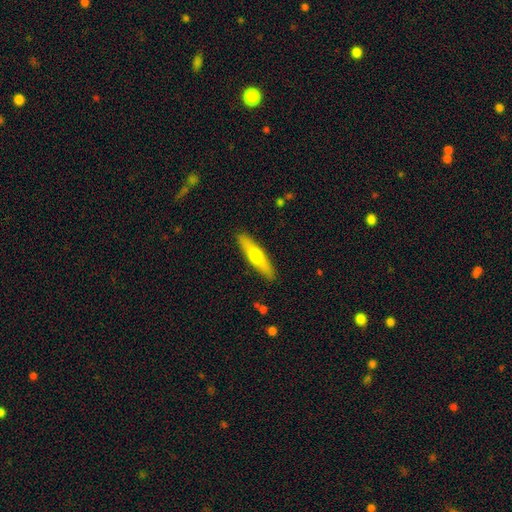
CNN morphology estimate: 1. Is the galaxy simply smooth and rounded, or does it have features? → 52% smooth, 42% featured or disk, 5% star or artifact.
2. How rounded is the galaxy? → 82% cigar-shaped, 16% in between, 2% round.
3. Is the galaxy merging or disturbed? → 89% none, 8% minor disturbance, 2% major disturbance, 1% merger.